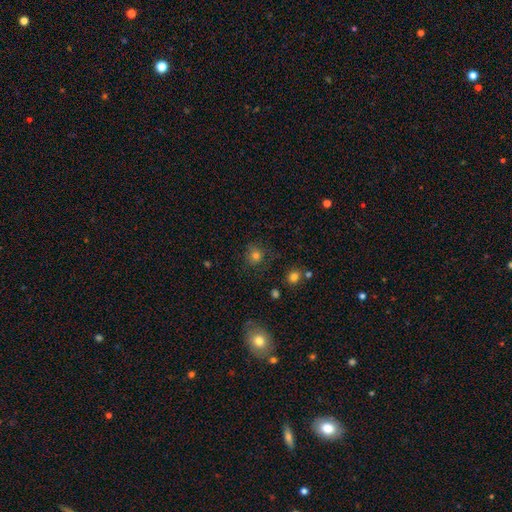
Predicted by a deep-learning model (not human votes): Smooth or featured?
  - smooth: 69% *
  - star or artifact: 19%
  - featured or disk: 11%
How rounded?
  - round: 85% *
  - in between: 14%
  - cigar-shaped: 1%
Merging?
  - none: 73% *
  - minor disturbance: 16%
  - major disturbance: 8%
  - merger: 2%